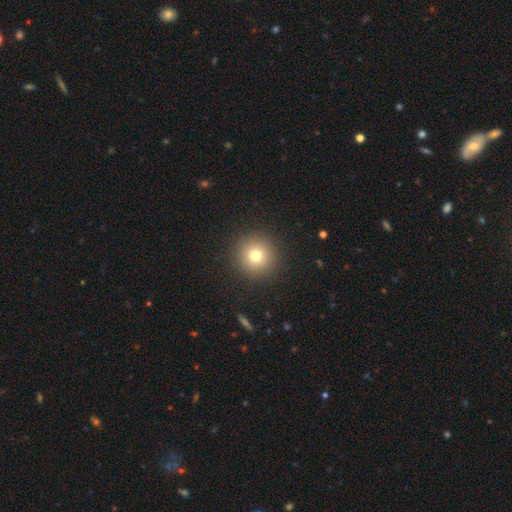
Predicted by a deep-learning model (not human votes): A smooth galaxy with no disk features (77%) that is round (95%). Merging: none (91%).